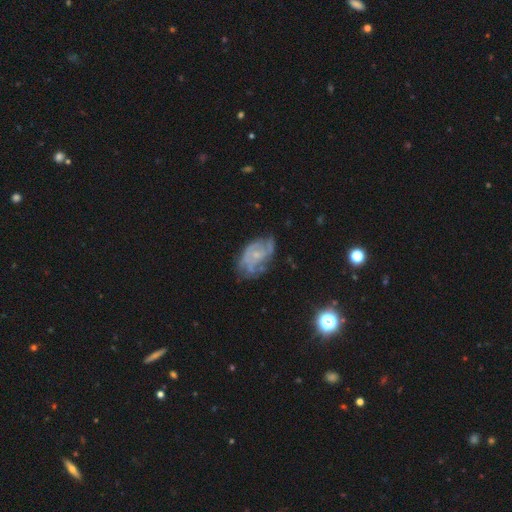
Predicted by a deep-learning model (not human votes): Smooth or featured? featured or disk (75%)
Edge-on disk? no (97%)
Bar? no (72%)
Spiral arms? yes (82%)
Spiral winding? tight (44%)
Spiral arm count? can't tell (40%)
Bulge size? small (68%)
Merging? none (56%)